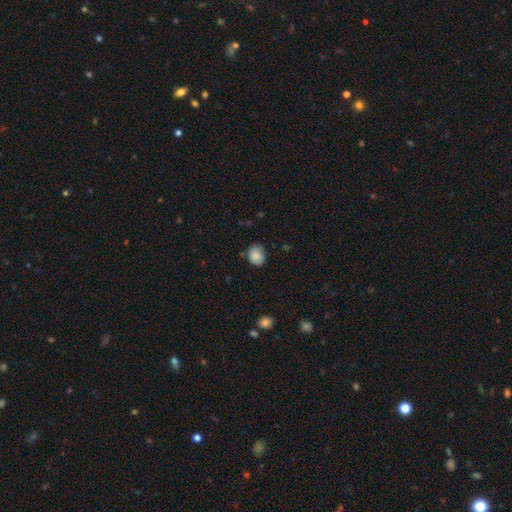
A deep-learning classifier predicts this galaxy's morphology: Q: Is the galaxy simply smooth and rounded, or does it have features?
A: smooth — 86%.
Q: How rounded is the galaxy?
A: round — 54%.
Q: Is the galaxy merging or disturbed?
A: none — 78%.